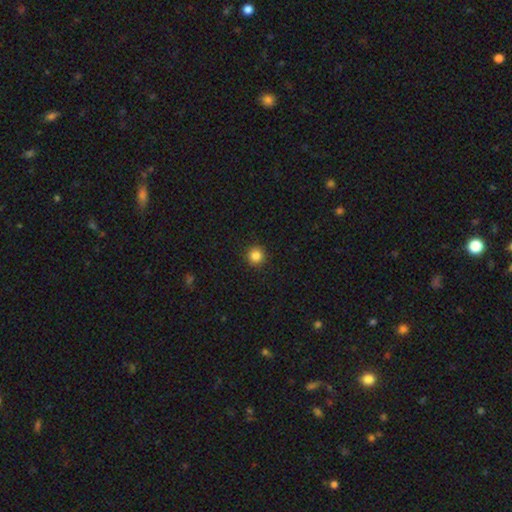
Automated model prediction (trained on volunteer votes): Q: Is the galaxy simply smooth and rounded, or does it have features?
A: smooth — 85%.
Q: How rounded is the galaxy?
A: round — 95%.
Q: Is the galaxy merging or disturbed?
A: none — 92%.